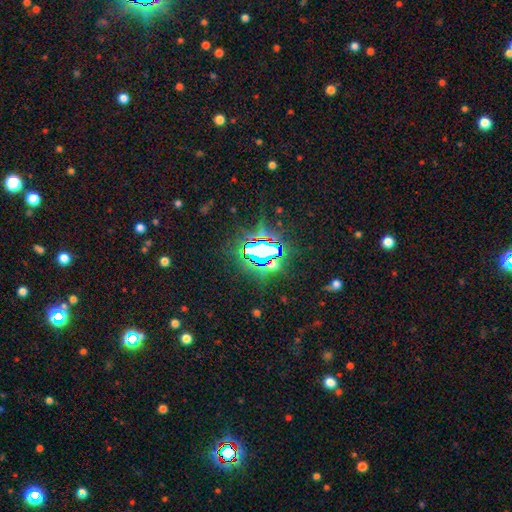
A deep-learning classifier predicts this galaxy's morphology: smooth-or-featured: star or artifact: 82% | smooth: 11% | featured or disk: 8%